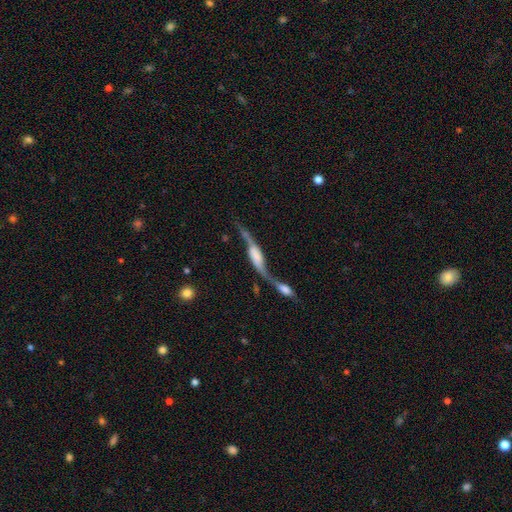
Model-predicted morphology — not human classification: featured or disk 71%, smooth 21%, star or artifact 7%. Down the decision tree: edge-on disk — no (58%); merging — merger (59%).